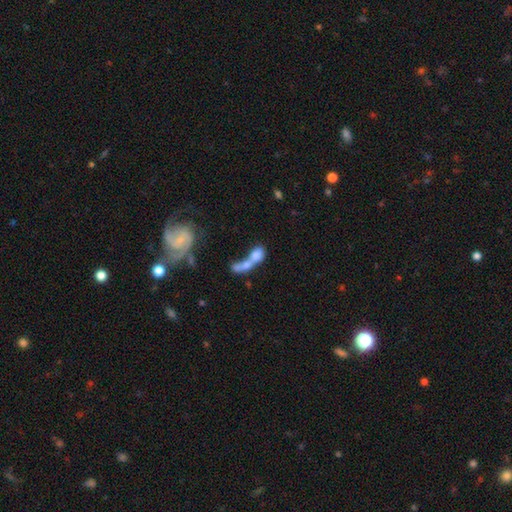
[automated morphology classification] Overall: smooth (65%; featured or disk 25%). How rounded: in between (60%; round 21%). Merging: merger (73%).